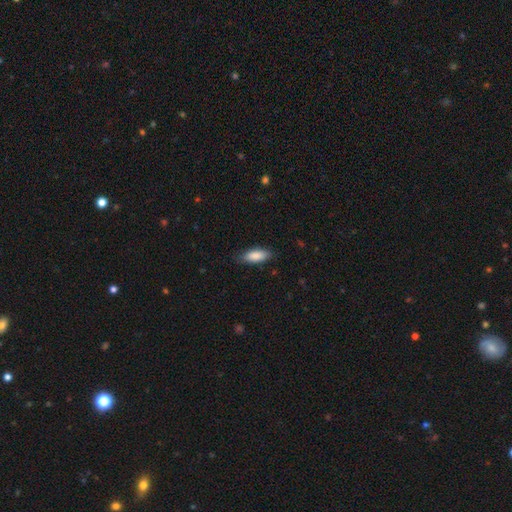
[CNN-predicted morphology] smooth-or-featured: smooth: 87% | featured or disk: 8% | star or artifact: 6%
  how-rounded: in between: 73% | cigar-shaped: 25% | round: 2%
  merging: none: 81% | minor disturbance: 15% | major disturbance: 3% | merger: 1%